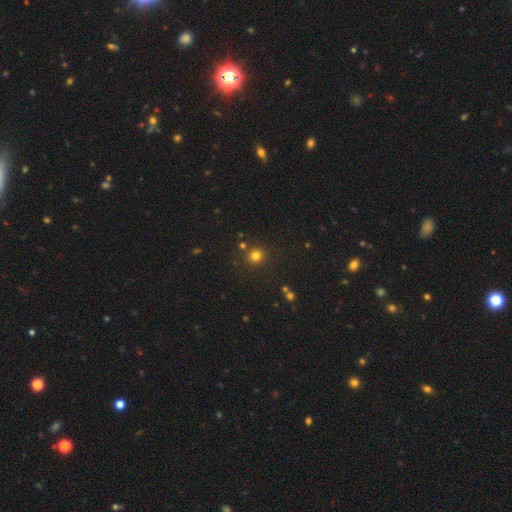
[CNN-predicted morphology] type=smooth (77%); roundness=round (92%); merging=none (85%).